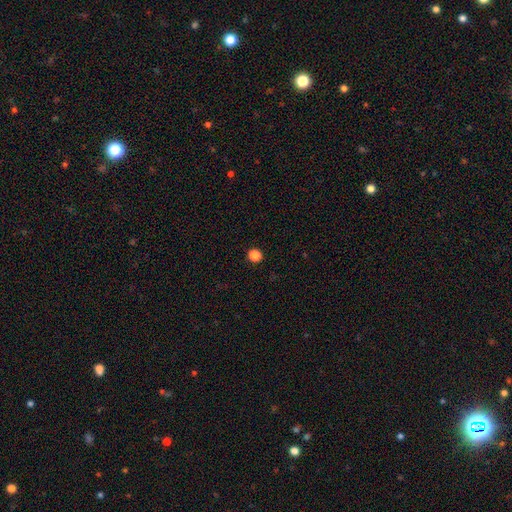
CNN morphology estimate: This appears to be a smooth galaxy with no disk features (81%) that is round (60%). Merging: none (89%).